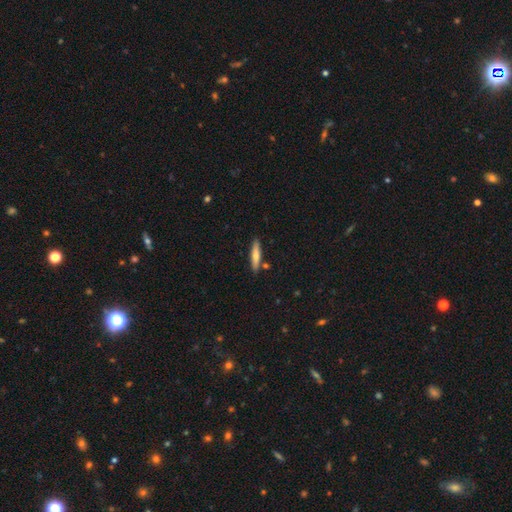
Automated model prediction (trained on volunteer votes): Smooth or featured: smooth — 60% (featured or disk — 34%)
How rounded: cigar-shaped — 86% (in between — 13%)
Merging: none — 84% (minor disturbance — 10%)